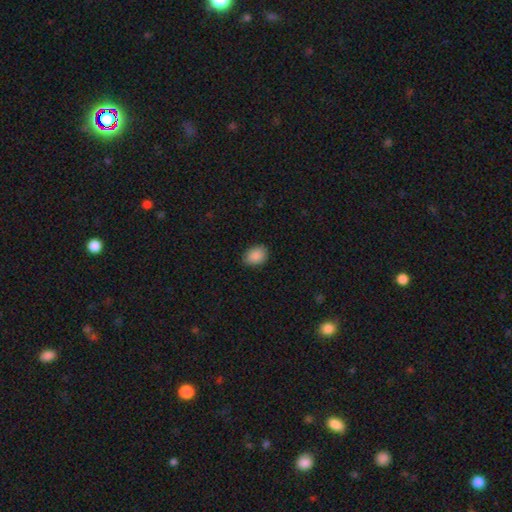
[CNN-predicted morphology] Smooth or featured: smooth — 89% (star or artifact — 8%)
How rounded: in between — 72% (round — 27%)
Merging: none — 84% (minor disturbance — 13%)